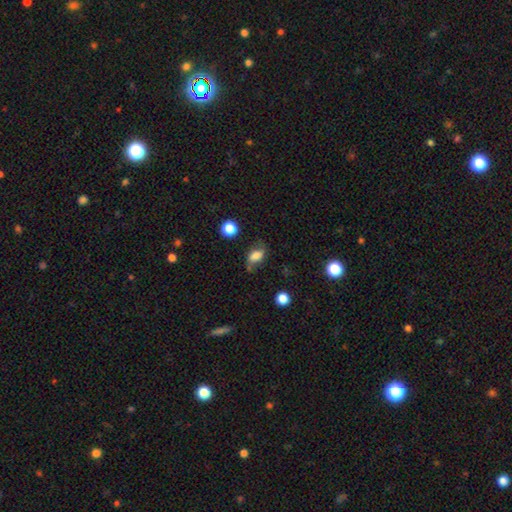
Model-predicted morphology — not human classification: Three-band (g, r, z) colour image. It shows a smooth galaxy with no disk features (66%) that is in between round and cigar-shaped (80%). Merging: none (58%).